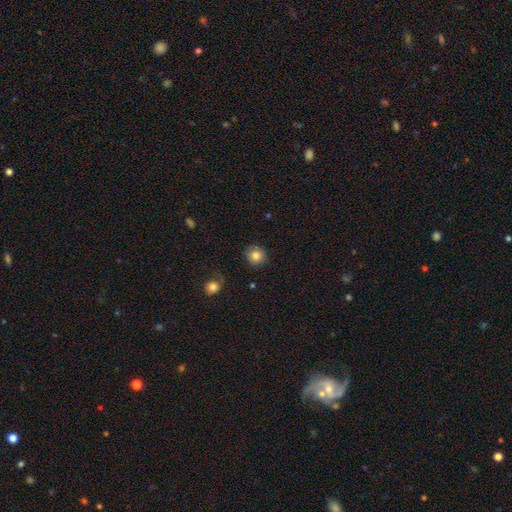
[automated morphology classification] The model was most divided on "smooth or featured": smooth: 83%, star or artifact: 9%, featured or disk: 7%. More confident: how rounded — round (91%); merging — none (86%).